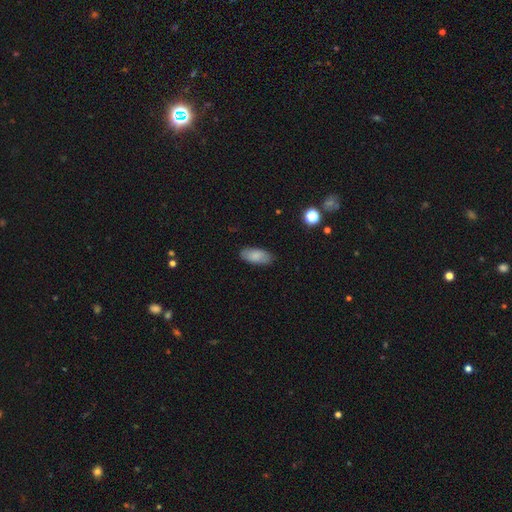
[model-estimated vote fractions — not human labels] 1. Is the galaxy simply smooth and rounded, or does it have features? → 83% smooth, 10% featured or disk, 7% star or artifact.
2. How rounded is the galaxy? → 89% in between, 8% cigar-shaped, 2% round.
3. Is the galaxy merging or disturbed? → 84% none, 12% minor disturbance, 3% major disturbance, 1% merger.